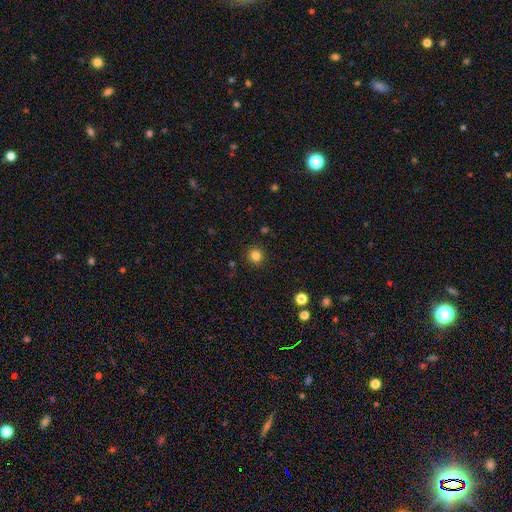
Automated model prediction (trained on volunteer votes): This is clearly a smooth galaxy (83%). How rounded: clearly round (94%). Merging: clearly none (91%).